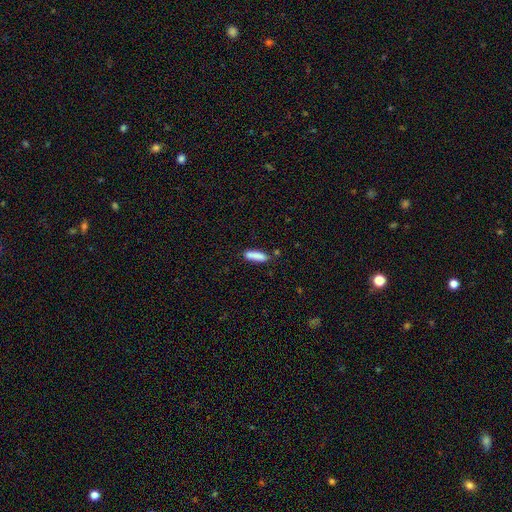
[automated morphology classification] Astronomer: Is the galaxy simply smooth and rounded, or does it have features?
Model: smooth — 86%.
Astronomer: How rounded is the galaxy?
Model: cigar-shaped — 66%.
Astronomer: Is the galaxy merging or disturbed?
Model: none — 78%.